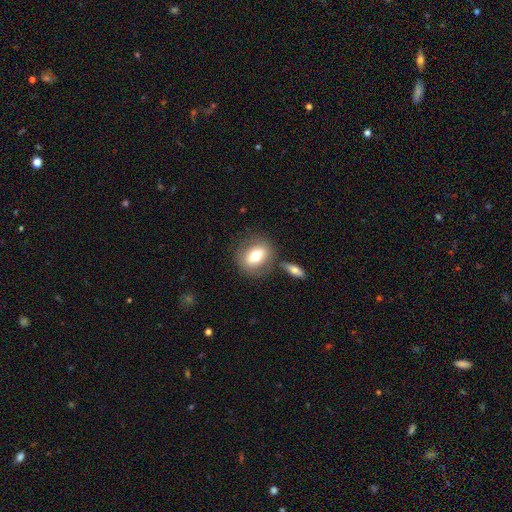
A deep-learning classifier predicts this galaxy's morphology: smooth 68%, featured or disk 24%, star or artifact 8%. Down the decision tree: how rounded — in between (53%); merging — none (72%).